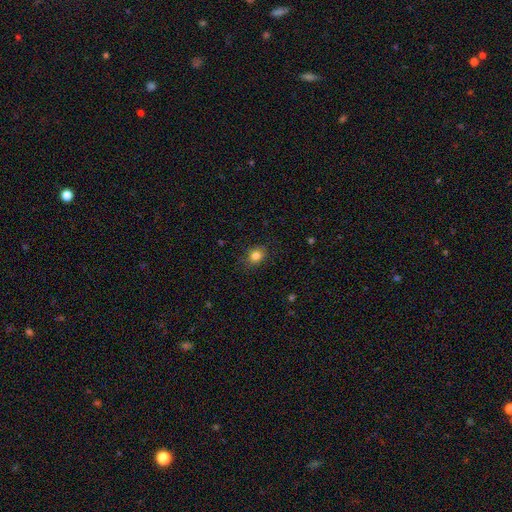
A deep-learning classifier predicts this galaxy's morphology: Q: Smooth or featured?
A: smooth (82%); runner-up: star or artifact (12%)
Q: How rounded?
A: round (59%); runner-up: in between (40%)
Q: Merging?
A: none (85%); runner-up: minor disturbance (11%)